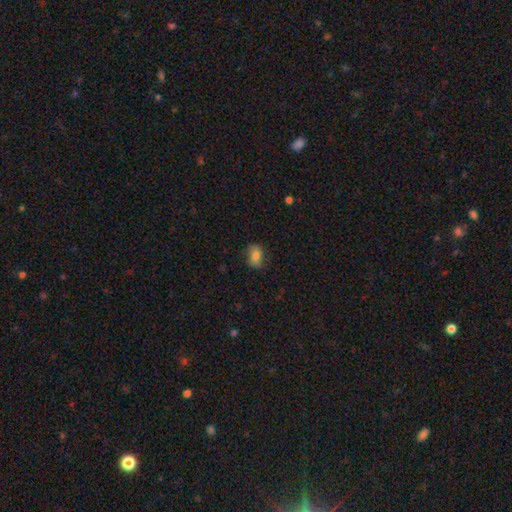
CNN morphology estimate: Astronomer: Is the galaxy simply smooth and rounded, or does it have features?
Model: smooth — 73%.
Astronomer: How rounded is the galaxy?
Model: in between — 77%.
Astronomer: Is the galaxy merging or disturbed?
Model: none — 75%.